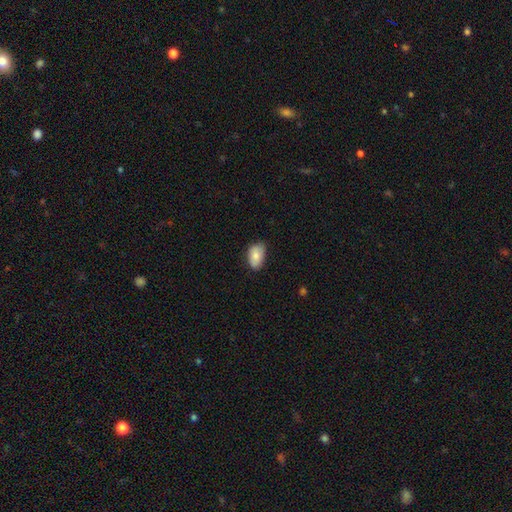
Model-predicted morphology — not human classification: Smooth or featured? Predicted: smooth (p=0.82). How rounded? Predicted: in between (p=0.91). Merging? Predicted: none (p=0.69).